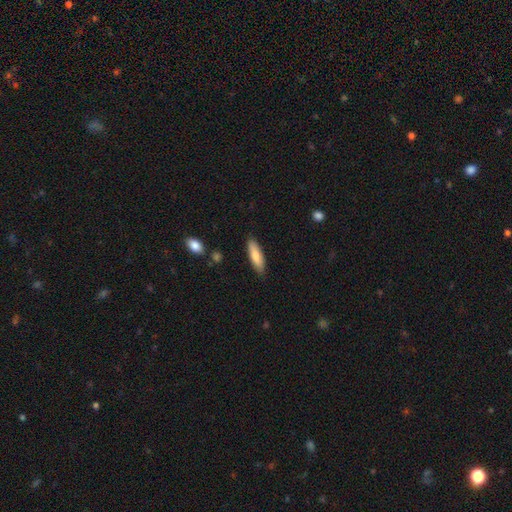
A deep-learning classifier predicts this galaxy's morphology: Q: Smooth or featured?
A: smooth (76%); runner-up: featured or disk (18%)
Q: How rounded?
A: cigar-shaped (58%); runner-up: in between (40%)
Q: Merging?
A: none (86%); runner-up: minor disturbance (10%)